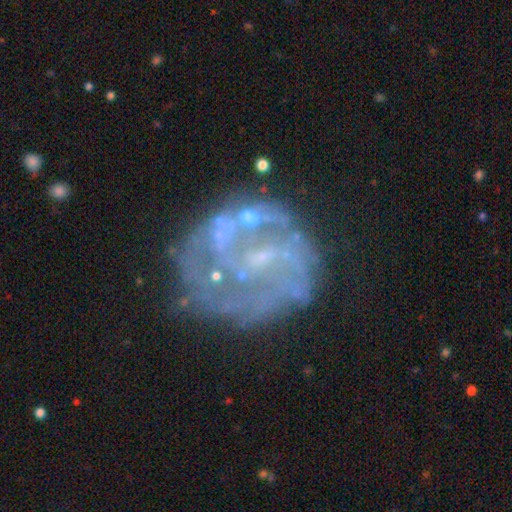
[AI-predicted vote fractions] Q: Smooth or featured?
A: featured or disk (77%); runner-up: smooth (13%)
Q: Edge-on disk?
A: no (98%); runner-up: yes (2%)
Q: Bar?
A: no (43%); runner-up: weak (41%)
Q: Spiral arms?
A: yes (63%); runner-up: no (37%)
Q: Bulge size?
A: small (51%); runner-up: none (37%)
Q: Merging?
A: none (57%); runner-up: minor disturbance (19%)